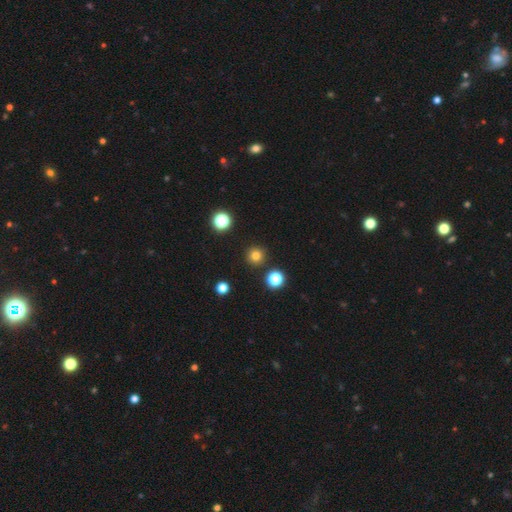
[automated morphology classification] This is likely a smooth galaxy (79%). How rounded: clearly round (95%). Merging: clearly none (90%).